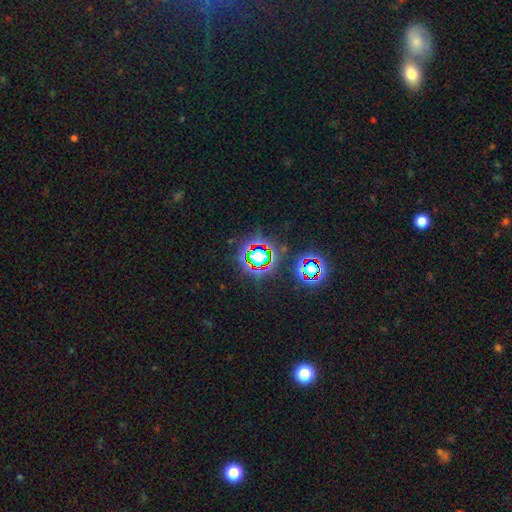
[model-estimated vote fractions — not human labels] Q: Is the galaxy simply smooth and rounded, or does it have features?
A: star or artifact — 70%.